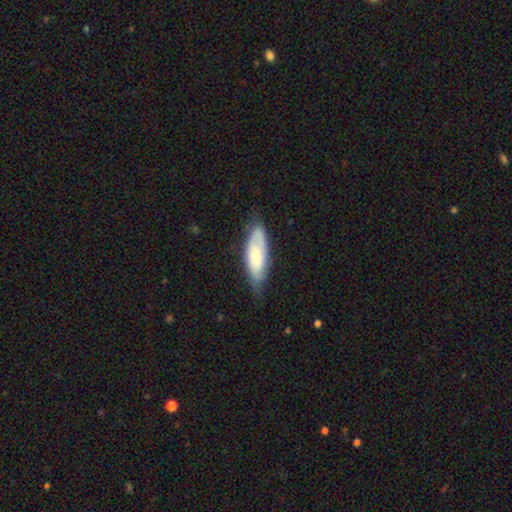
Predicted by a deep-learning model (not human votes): The model was most divided on "how rounded": in between: 60%, cigar-shaped: 39%, round: 2%. More confident: merging — none (62%); smooth or featured — smooth (58%).